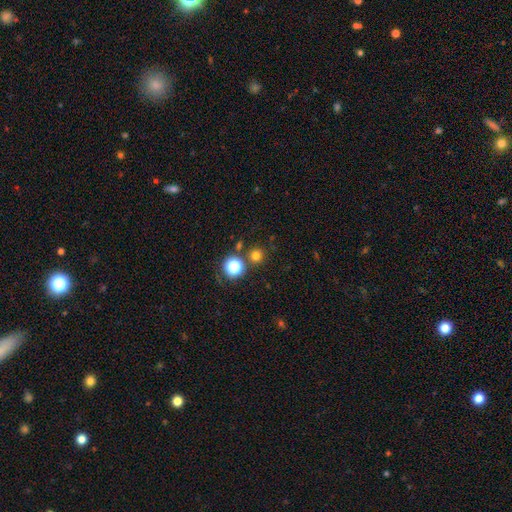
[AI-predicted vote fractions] smooth-or-featured: smooth: 72% | star or artifact: 22% | featured or disk: 6%
  how-rounded: round: 93% | in between: 6% | cigar-shaped: 1%
  merging: none: 80% | merger: 11% | minor disturbance: 7% | major disturbance: 3%